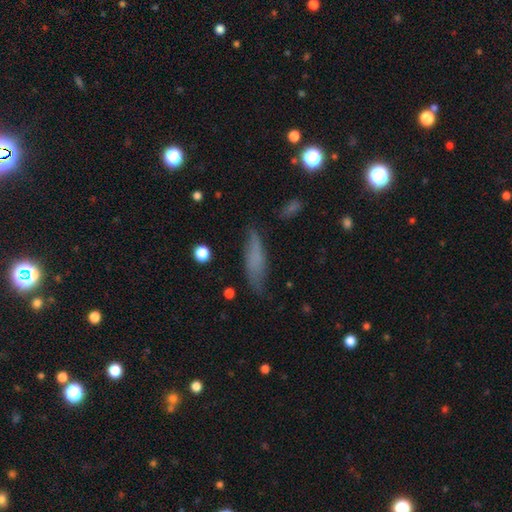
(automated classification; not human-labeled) Smooth or featured? Predicted: smooth (p=0.65). How rounded? Predicted: cigar-shaped (p=0.59). Merging? Predicted: none (p=0.66).